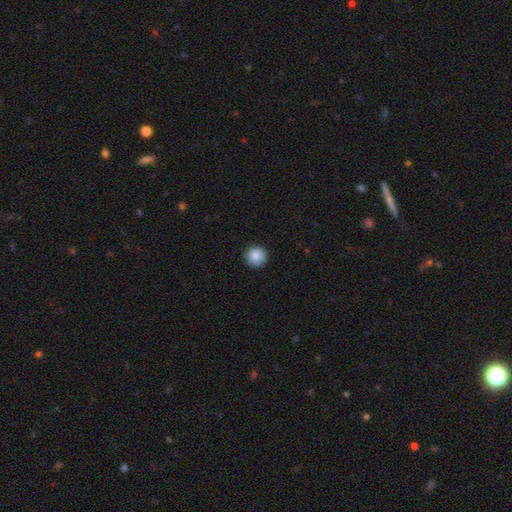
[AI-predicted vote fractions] Smooth or featured? Predicted: smooth (p=0.88). How rounded? Predicted: round (p=0.94). Merging? Predicted: none (p=0.90).